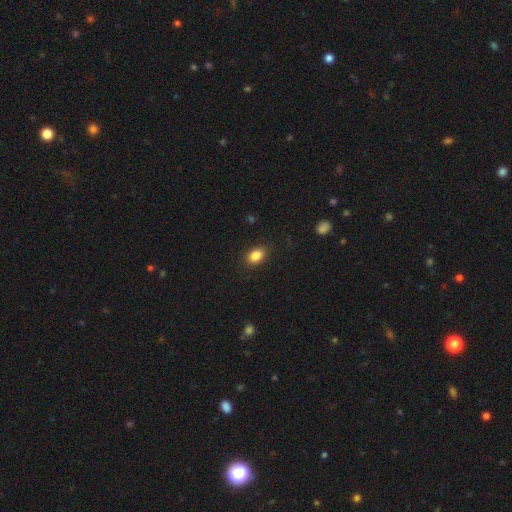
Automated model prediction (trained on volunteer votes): smooth_or_featured: smooth (p=0.86) [alt: star or artifact p=0.09]
how_rounded: in between (p=0.79) [alt: round p=0.20]
merging: none (p=0.87) [alt: minor disturbance p=0.09]